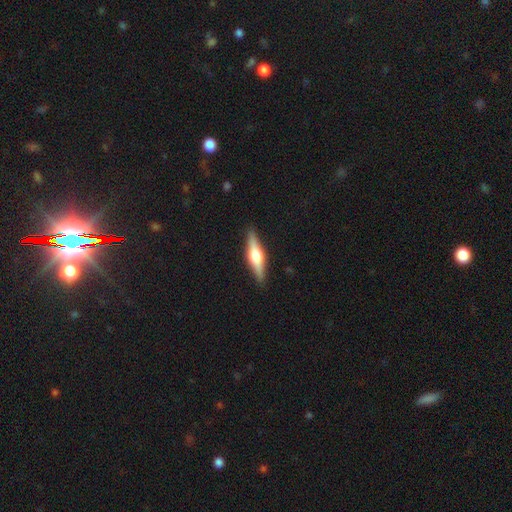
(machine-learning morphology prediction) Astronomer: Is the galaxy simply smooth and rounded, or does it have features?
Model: featured or disk — 65%.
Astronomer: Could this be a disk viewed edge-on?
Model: yes — 97%.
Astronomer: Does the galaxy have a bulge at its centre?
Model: rounded — 93%.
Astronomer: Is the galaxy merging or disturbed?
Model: none — 90%.